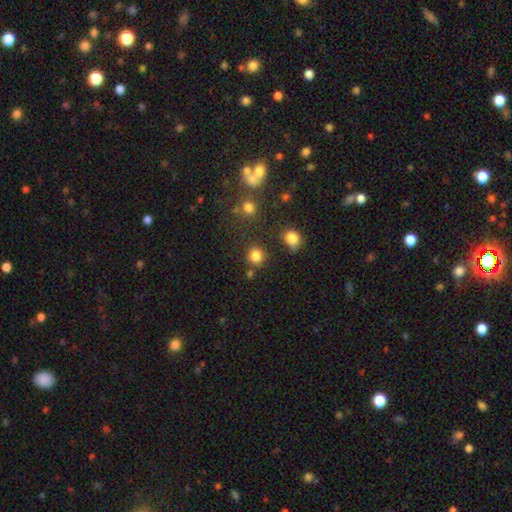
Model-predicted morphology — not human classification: smooth_or_featured: smooth (p=0.82) [alt: star or artifact p=0.13]
how_rounded: round (p=0.89) [alt: in between p=0.10]
merging: none (p=0.80) [alt: minor disturbance p=0.09]